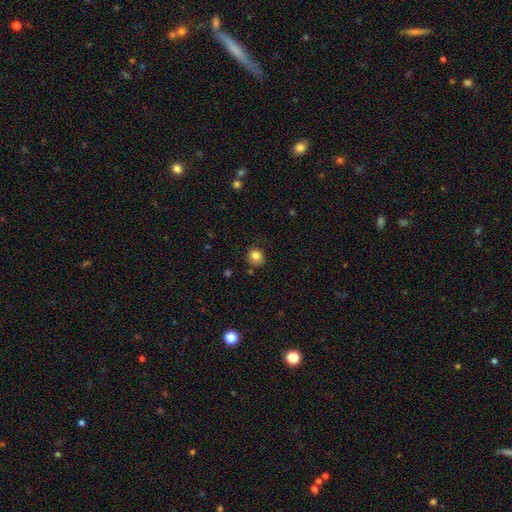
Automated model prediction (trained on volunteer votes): Smooth or featured?
  - smooth: 82% *
  - star or artifact: 11%
  - featured or disk: 7%
How rounded?
  - round: 83% *
  - in between: 16%
  - cigar-shaped: 1%
Merging?
  - none: 84% *
  - minor disturbance: 12%
  - major disturbance: 3%
  - merger: 2%